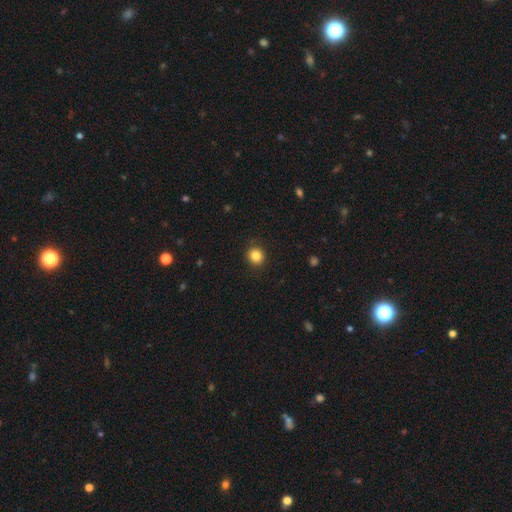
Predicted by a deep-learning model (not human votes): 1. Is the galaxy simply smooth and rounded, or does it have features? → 85% smooth, 11% star or artifact, 5% featured or disk.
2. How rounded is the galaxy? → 86% round, 13% in between, 1% cigar-shaped.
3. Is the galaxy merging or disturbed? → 90% none, 7% minor disturbance, 2% major disturbance, 1% merger.